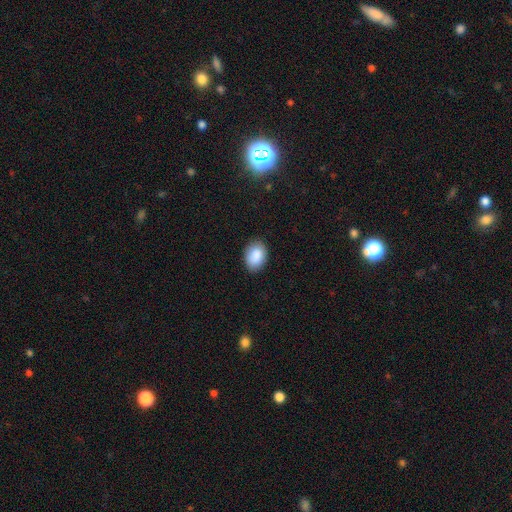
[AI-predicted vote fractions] Morphology: type=smooth (89%); roundness=in between (80%); merging=none (85%).